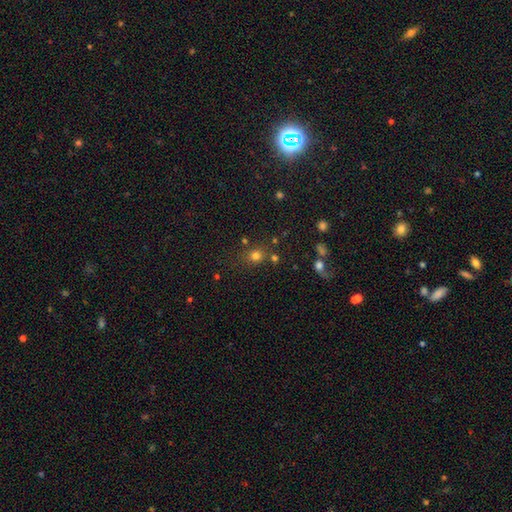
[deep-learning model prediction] This is likely a smooth galaxy (75%). How rounded: likely round (78%). Merging: likely none (75%).